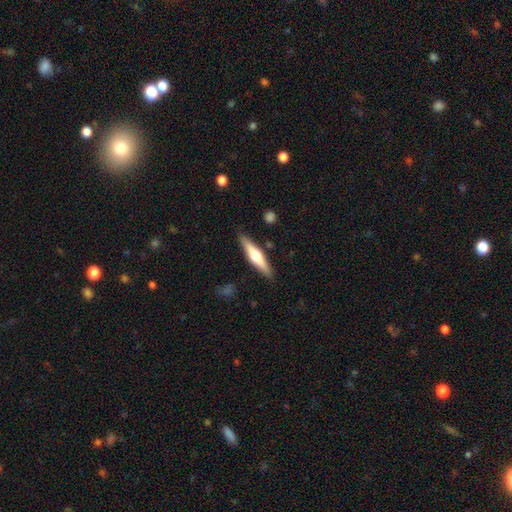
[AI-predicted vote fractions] This appears to be a featured or disk galaxy (55%) viewed edge-on (96%) with a rounded central bulge (91%). Merging: none (88%).